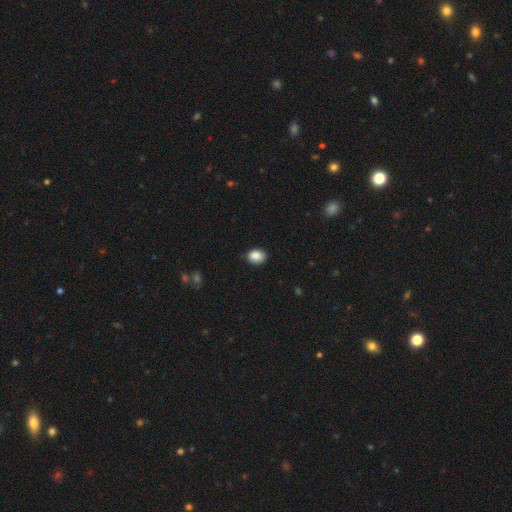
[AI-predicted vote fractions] Overall: smooth (88%). How rounded: in between (71%). Merging: none (84%).